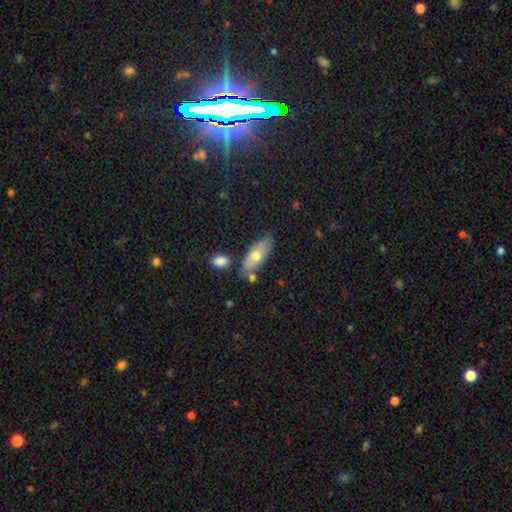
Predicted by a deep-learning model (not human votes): Smooth or featured?
  - smooth: 62% *
  - featured or disk: 31%
  - star or artifact: 7%
How rounded?
  - in between: 79% *
  - cigar-shaped: 18%
  - round: 3%
Merging?
  - none: 65% *
  - minor disturbance: 20%
  - merger: 10%
  - major disturbance: 5%